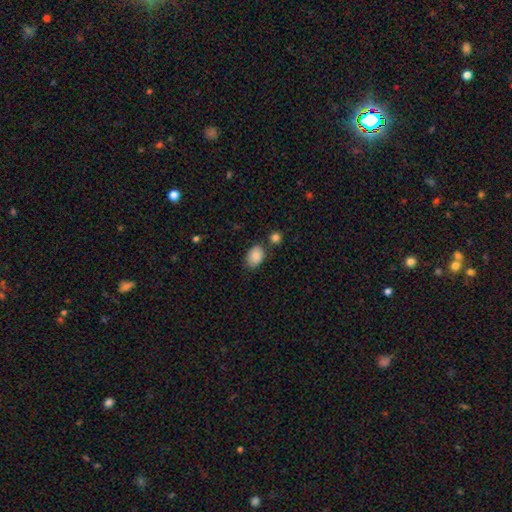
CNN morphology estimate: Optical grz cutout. It shows a smooth galaxy with no disk features (87%) that is in between round and cigar-shaped (82%). Merging: none (69%).